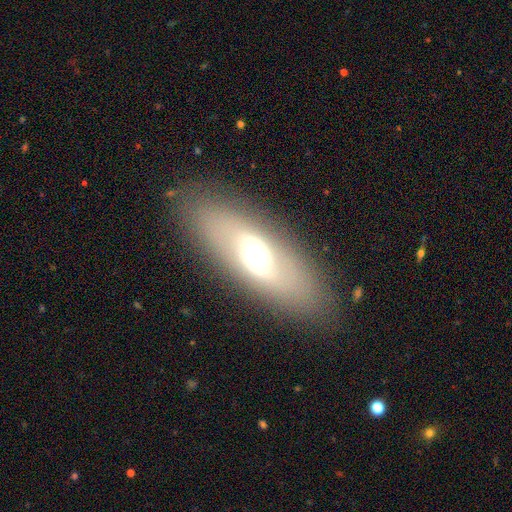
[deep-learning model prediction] This appears to be a featured or disk galaxy (53%). Merging: none (86%).